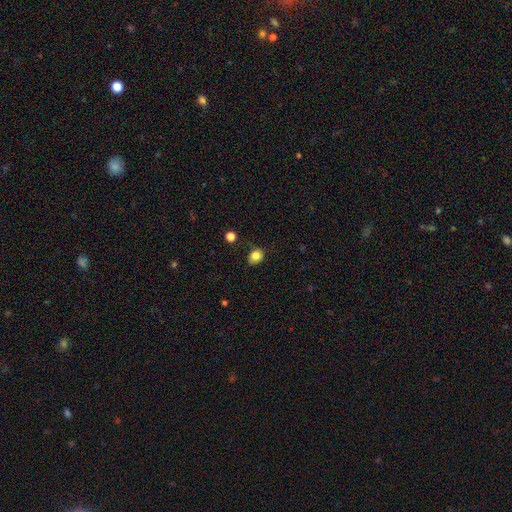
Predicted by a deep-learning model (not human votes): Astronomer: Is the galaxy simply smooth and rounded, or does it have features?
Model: smooth — 83%.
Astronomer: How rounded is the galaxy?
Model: round — 56% (runner-up: in between, 43%).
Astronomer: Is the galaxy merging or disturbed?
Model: none — 70%.